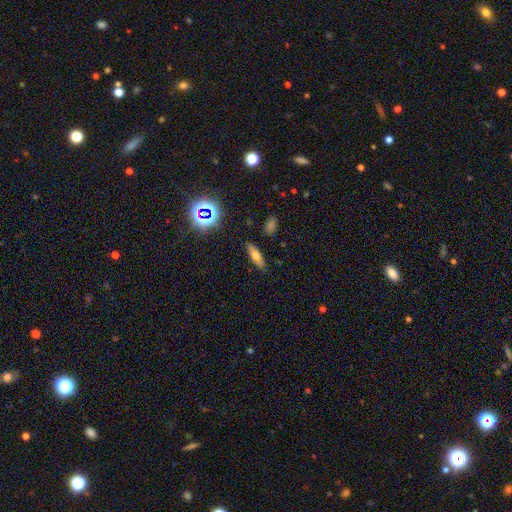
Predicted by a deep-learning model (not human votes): smooth 57%, featured or disk 29%, star or artifact 14%. Down the decision tree: how rounded — cigar-shaped (51%); merging — none (85%).